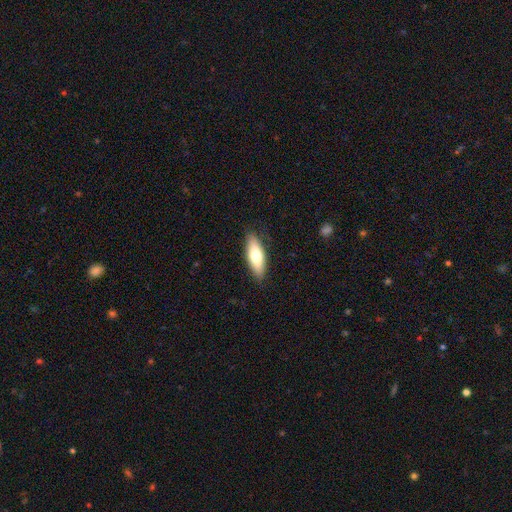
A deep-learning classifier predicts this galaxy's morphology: A smooth galaxy with no disk features (68%) that is in between round and cigar-shaped (63%).

Vote fractions:
- Smooth or featured? smooth: 68% / featured or disk: 26% / star or artifact: 6%
- How rounded? in between: 63% / cigar-shaped: 34% / round: 2%
- Merging? none: 87% / minor disturbance: 10% / major disturbance: 2% / merger: 1%